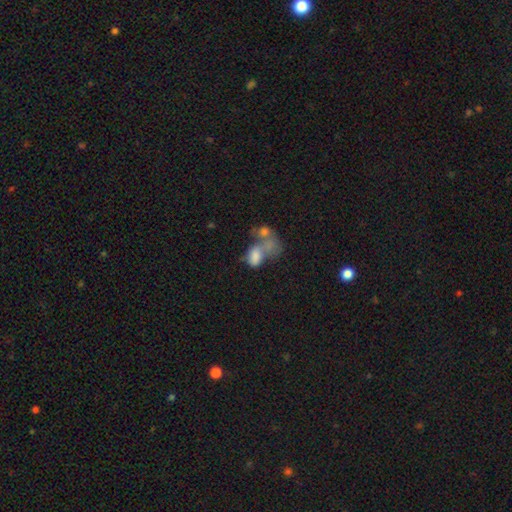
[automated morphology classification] A smooth galaxy with no disk features (65%) that is in between round and cigar-shaped (84%). Merging: merger (64%).